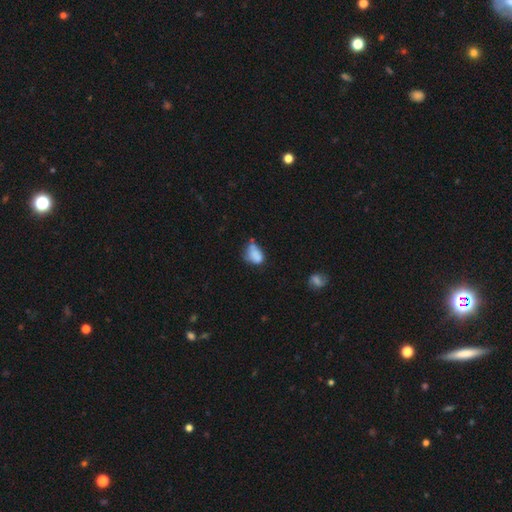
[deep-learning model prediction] Overall: smooth (75%). How rounded: in between (79%). Merging: minor disturbance (36%; none 33%).